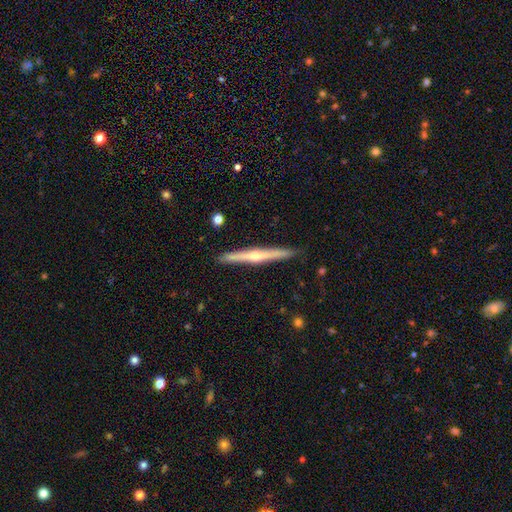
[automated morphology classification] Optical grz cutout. It shows a featured or disk galaxy (67%) viewed edge-on (98%) with a rounded central bulge (75%). Merging: none (90%).